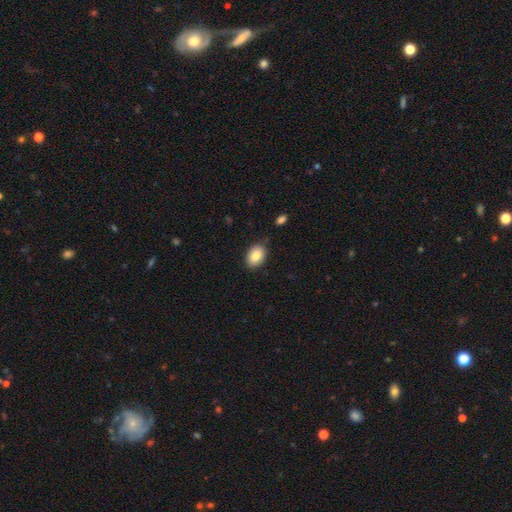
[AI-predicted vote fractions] Overall: smooth (85%). How rounded: in between (84%). Merging: none (85%).